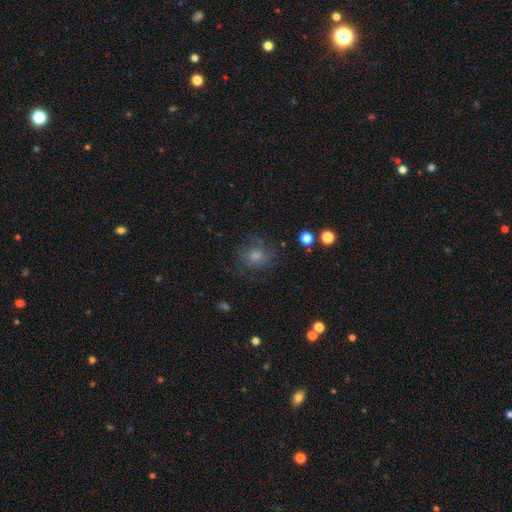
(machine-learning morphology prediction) Smooth or featured?
  - smooth: 45% *
  - featured or disk: 32%
  - star or artifact: 22%
Merging?
  - none: 73% *
  - minor disturbance: 16%
  - major disturbance: 10%
  - merger: 2%